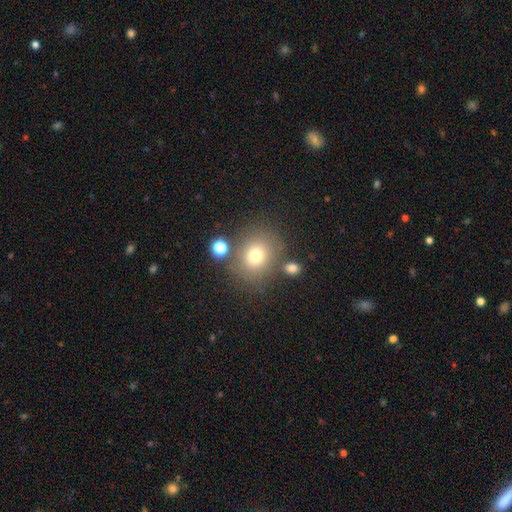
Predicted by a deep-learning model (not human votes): Q: Smooth or featured?
A: smooth (72%); runner-up: star or artifact (14%)
Q: How rounded?
A: round (72%); runner-up: in between (28%)
Q: Merging?
A: none (72%); runner-up: minor disturbance (12%)